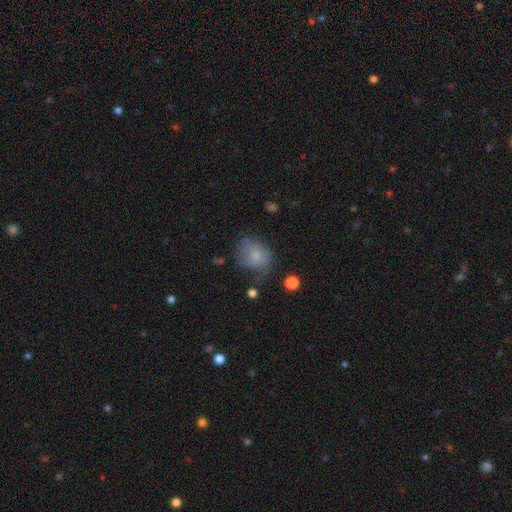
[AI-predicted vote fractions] This is likely a smooth galaxy (70%). How rounded: possibly round (50%). Merging: possibly none (49%).